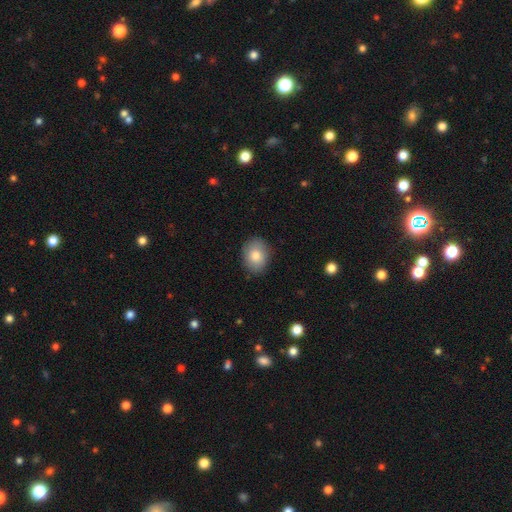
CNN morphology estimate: This is clearly a smooth galaxy (81%). How rounded: possibly in between (58%). Merging: clearly none (86%).